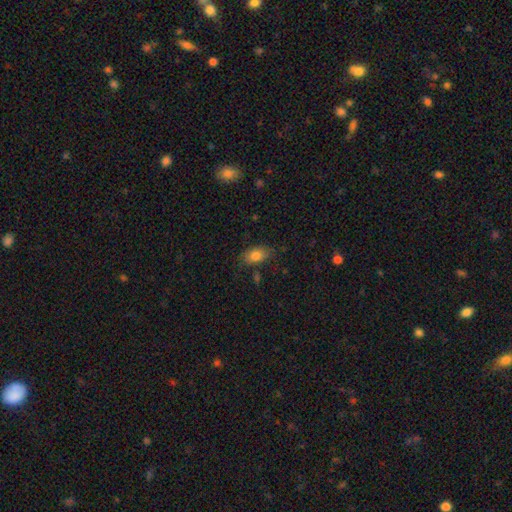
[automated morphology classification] A smooth galaxy with no disk features (81%) that is in between round and cigar-shaped (86%). Merging: none (74%).